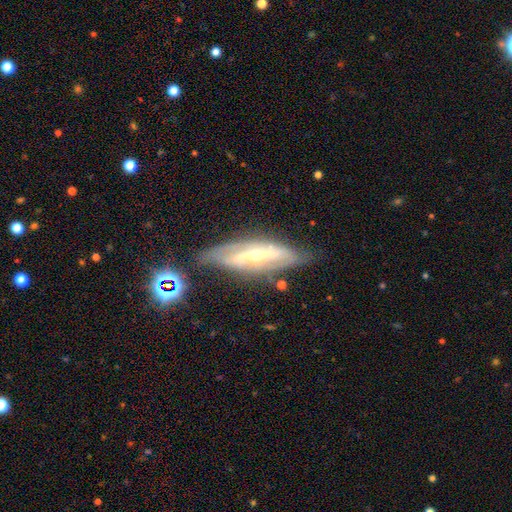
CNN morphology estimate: Smooth or featured? Predicted: featured or disk (p=0.80). Edge-on disk? Predicted: no (p=0.57). Merging? Predicted: none (p=0.70).